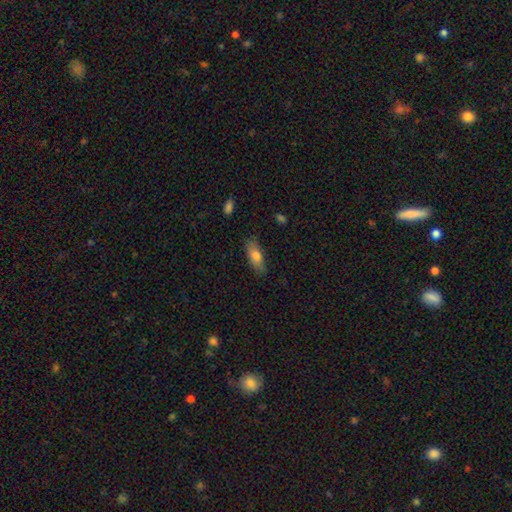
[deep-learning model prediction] Morphology: type=smooth (76%); roundness=in between (71%); merging=none (80%).